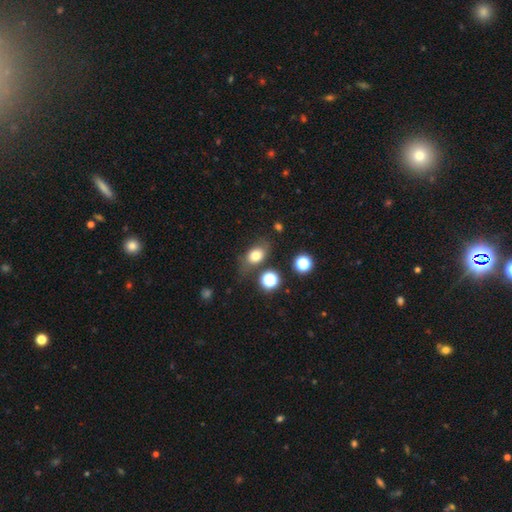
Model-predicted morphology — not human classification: smooth 75%, star or artifact 13%, featured or disk 12%. Down the decision tree: how rounded — in between (68%); merging — none (66%).